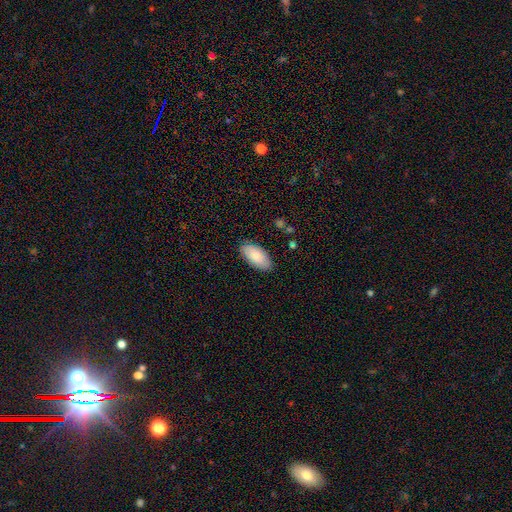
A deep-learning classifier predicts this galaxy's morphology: smooth_or_featured: smooth (p=0.84) [alt: featured or disk p=0.10]
how_rounded: in between (p=0.94) [alt: cigar-shaped p=0.04]
merging: none (p=0.85) [alt: minor disturbance p=0.12]